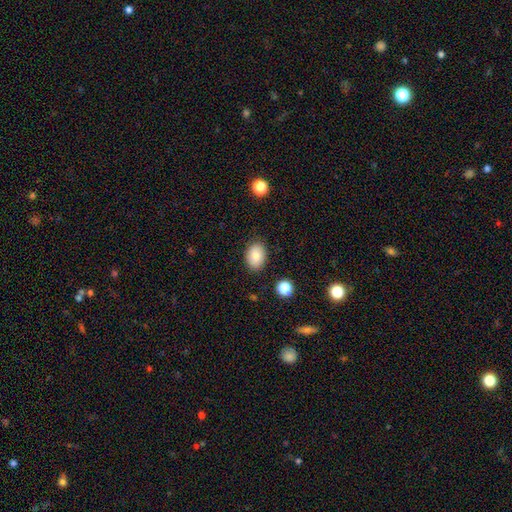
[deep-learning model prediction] Smooth or featured?
  - smooth: 84% *
  - star or artifact: 8%
  - featured or disk: 8%
How rounded?
  - in between: 78% *
  - round: 21%
  - cigar-shaped: 1%
Merging?
  - none: 86% *
  - minor disturbance: 10%
  - major disturbance: 2%
  - merger: 2%